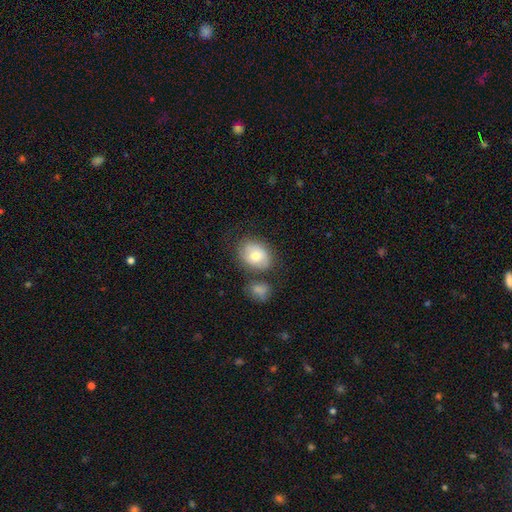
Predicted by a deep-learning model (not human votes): Smooth or featured? smooth (74%)
How rounded? in between (67%)
Merging? none (64%)